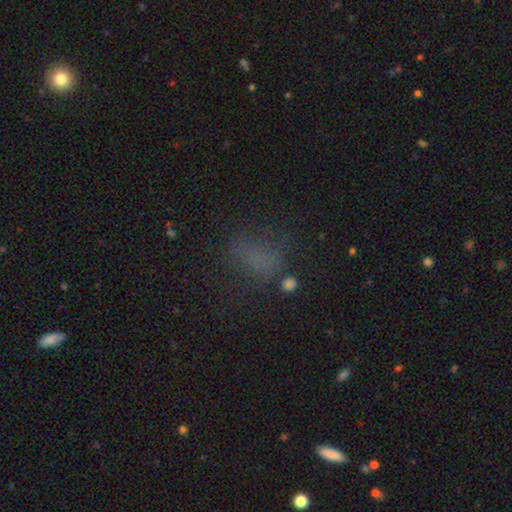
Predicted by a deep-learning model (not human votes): Q: Smooth or featured?
A: smooth (59%); runner-up: star or artifact (28%)
Q: How rounded?
A: in between (68%); runner-up: round (25%)
Q: Merging?
A: none (62%); runner-up: minor disturbance (18%)